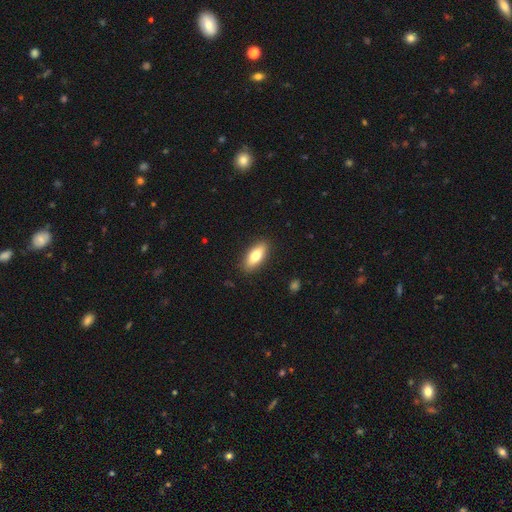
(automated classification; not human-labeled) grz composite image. It shows a smooth galaxy with no disk features (73%) that is in between round and cigar-shaped (78%). Merging: none (89%).